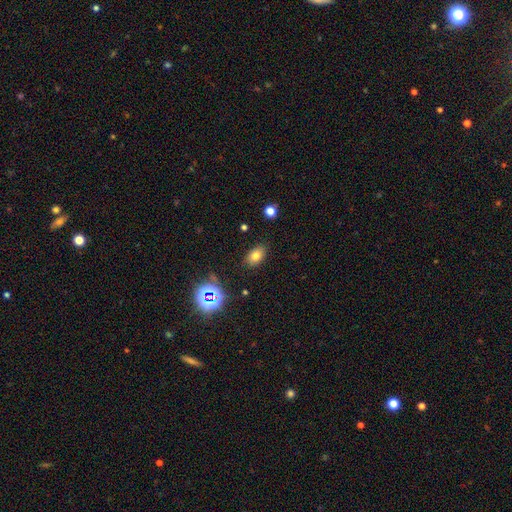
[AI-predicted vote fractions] Overall: smooth (73%). How rounded: in between (85%). Merging: none (84%).